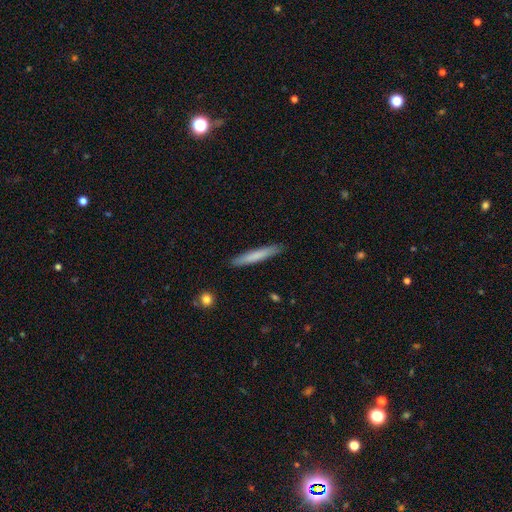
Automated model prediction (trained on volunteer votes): smooth_or_featured: smooth (p=0.74) [alt: featured or disk p=0.21]
how_rounded: cigar-shaped (p=0.95) [alt: in between p=0.04]
merging: none (p=0.90) [alt: minor disturbance p=0.08]